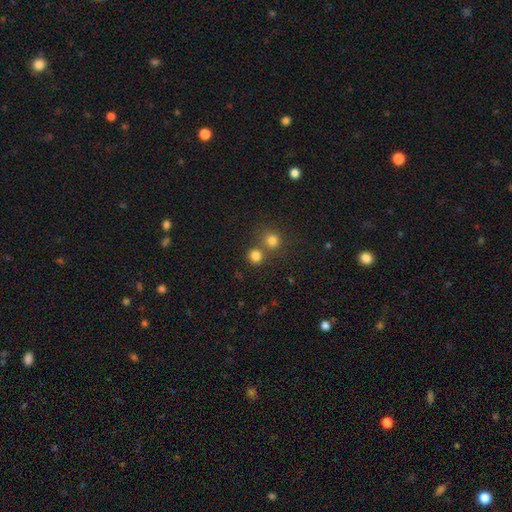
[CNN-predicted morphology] smooth_or_featured: smooth (p=0.80) [alt: star or artifact p=0.14]
how_rounded: round (p=0.87) [alt: in between p=0.12]
merging: none (p=0.63) [alt: merger p=0.27]